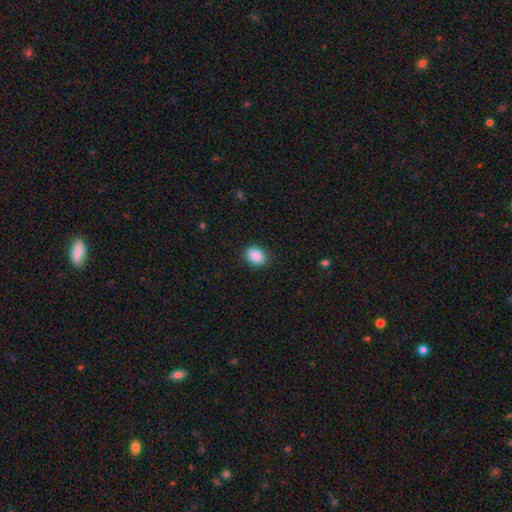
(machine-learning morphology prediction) smooth_or_featured: smooth (p=0.90) [alt: star or artifact p=0.08]
how_rounded: in between (p=0.65) [alt: round p=0.34]
merging: none (p=0.87) [alt: minor disturbance p=0.09]